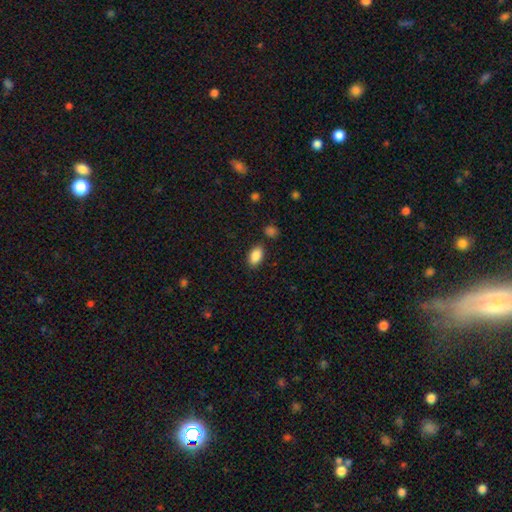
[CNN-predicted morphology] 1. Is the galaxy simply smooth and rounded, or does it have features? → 88% smooth, 7% star or artifact, 5% featured or disk.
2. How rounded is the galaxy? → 91% in between, 7% round, 2% cigar-shaped.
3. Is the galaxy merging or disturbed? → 83% none, 10% minor disturbance, 4% merger, 3% major disturbance.